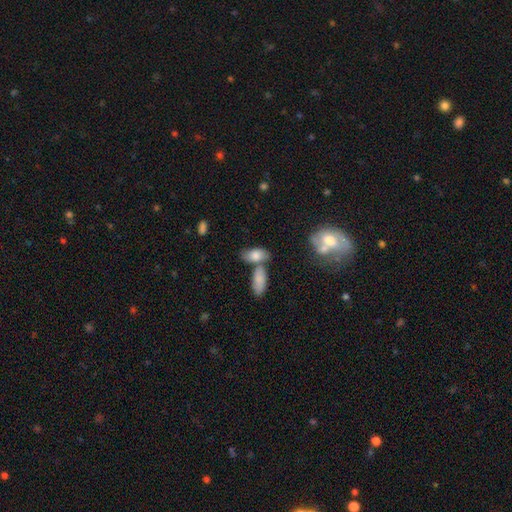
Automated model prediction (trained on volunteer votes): A smooth galaxy with no disk features (77%) that is in between round and cigar-shaped (89%). Merging: none (46%).